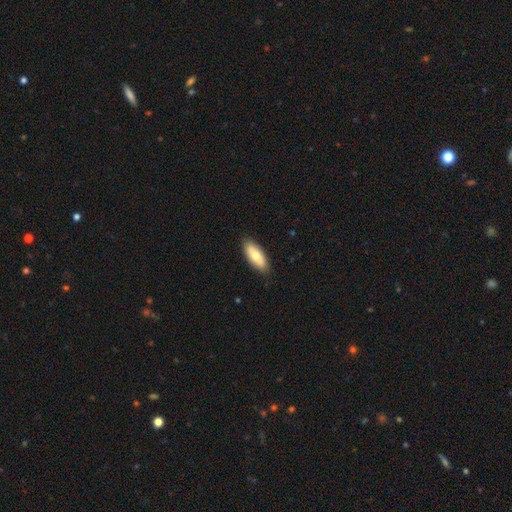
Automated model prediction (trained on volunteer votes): Q: Smooth or featured?
A: smooth (70%); runner-up: featured or disk (25%)
Q: How rounded?
A: in between (81%); runner-up: cigar-shaped (17%)
Q: Merging?
A: none (87%); runner-up: minor disturbance (10%)